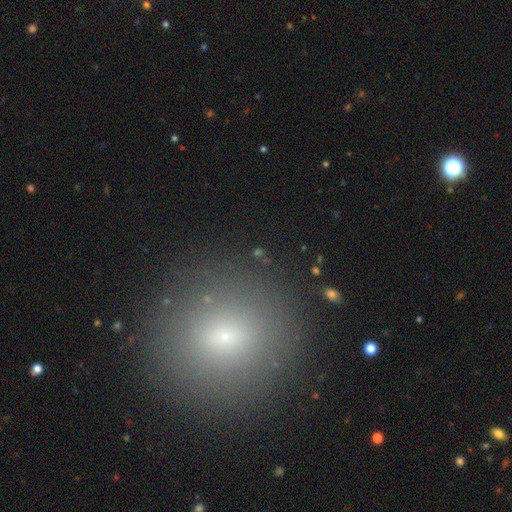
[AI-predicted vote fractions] A smooth galaxy with no disk features (57%) that is round (82%). Merging: none (88%).